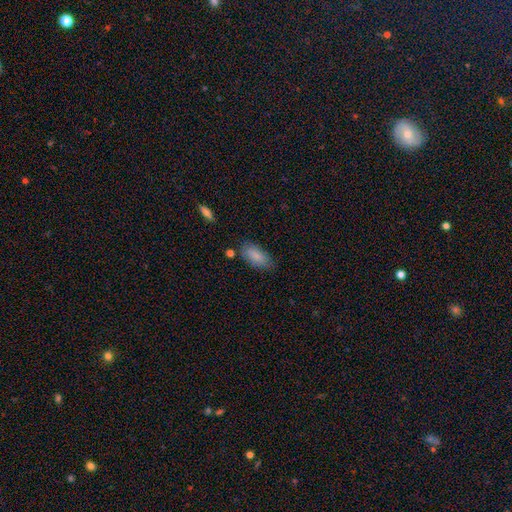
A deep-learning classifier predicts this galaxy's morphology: The model was most divided on "merging": none: 77%, minor disturbance: 16%, major disturbance: 3%, merger: 3%. More confident: how rounded — in between (88%); smooth or featured — smooth (86%).